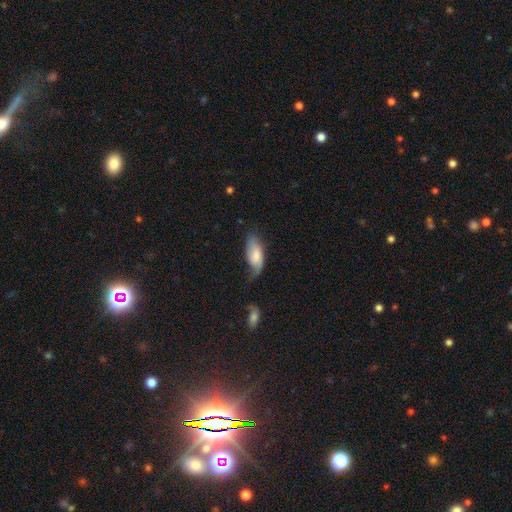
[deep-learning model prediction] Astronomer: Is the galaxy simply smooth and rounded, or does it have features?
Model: smooth — 64%.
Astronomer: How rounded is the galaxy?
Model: in between — 87%.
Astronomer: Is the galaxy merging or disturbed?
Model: none — 38% (runner-up: minor disturbance, 35%).